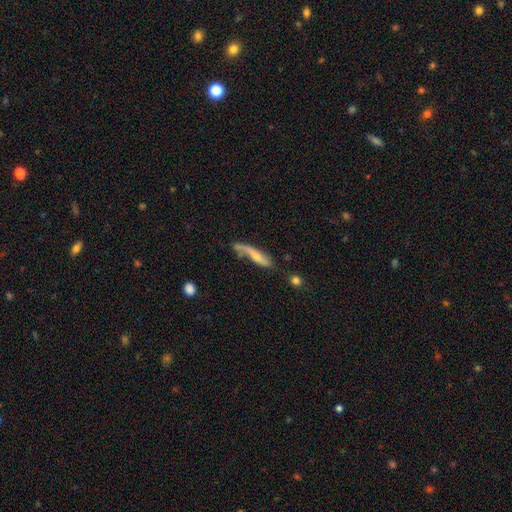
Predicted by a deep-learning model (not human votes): Smooth or featured: smooth — 49% (featured or disk — 45%)
Merging: none — 38% (minor disturbance — 27%)